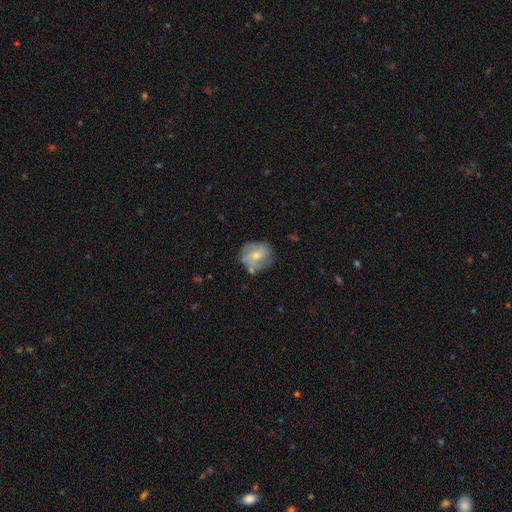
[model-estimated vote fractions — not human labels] smooth_or_featured: featured or disk (p=0.50) [alt: smooth p=0.42]
disk_edge_on: no (p=0.97) [alt: yes p=0.03]
merging: none (p=0.63) [alt: minor disturbance p=0.23]